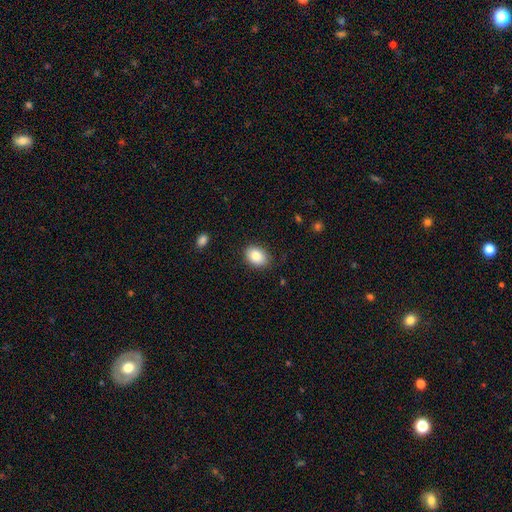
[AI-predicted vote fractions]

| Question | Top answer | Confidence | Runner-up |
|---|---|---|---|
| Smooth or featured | smooth | 85% | star or artifact (8%) |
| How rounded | in between | 77% | round (22%) |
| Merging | none | 84% | minor disturbance (12%) |